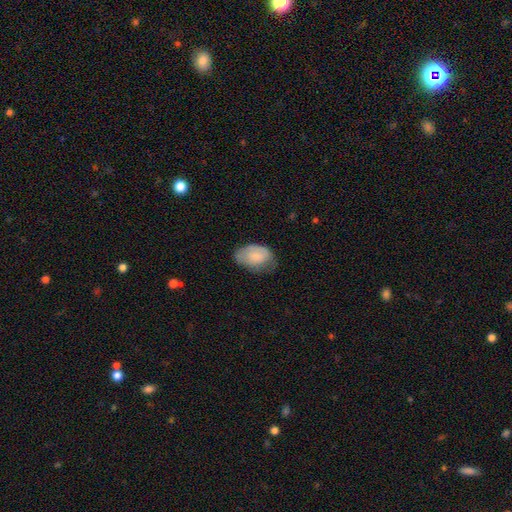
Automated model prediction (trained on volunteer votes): A smooth galaxy with no disk features (74%) that is in between round and cigar-shaped (91%).

Vote fractions:
- Smooth or featured? smooth: 74% / featured or disk: 20% / star or artifact: 6%
- How rounded? in between: 91% / round: 8% / cigar-shaped: 1%
- Merging? none: 50% / minor disturbance: 36% / major disturbance: 12% / merger: 2%